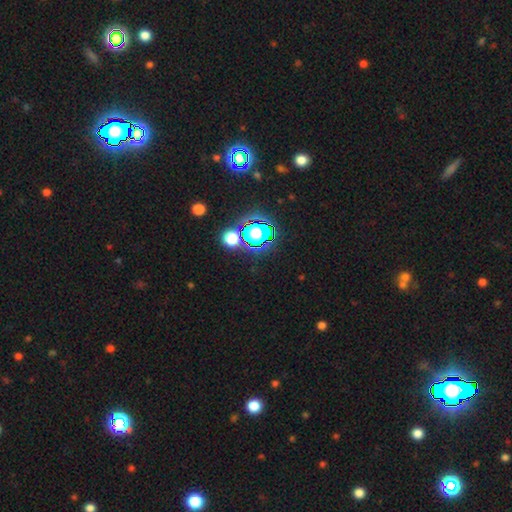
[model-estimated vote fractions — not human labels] A star or artifact, not a galaxy (81%).

Vote fractions:
- Smooth or featured? star or artifact: 81% / smooth: 11% / featured or disk: 8%